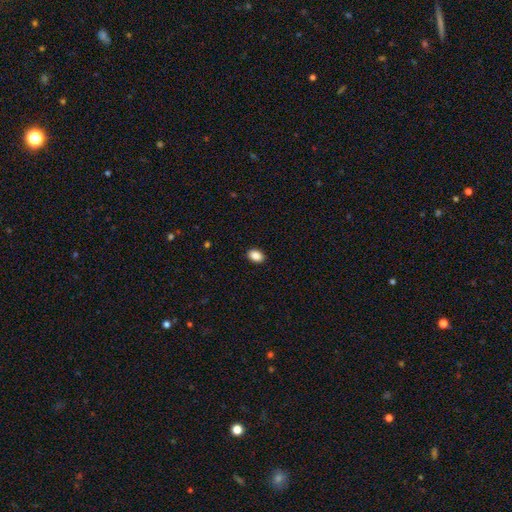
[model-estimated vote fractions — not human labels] Smooth or featured?
  - smooth: 89% *
  - star or artifact: 8%
  - featured or disk: 3%
How rounded?
  - in between: 80% *
  - round: 19%
  - cigar-shaped: 1%
Merging?
  - none: 90% *
  - minor disturbance: 7%
  - major disturbance: 2%
  - merger: 1%